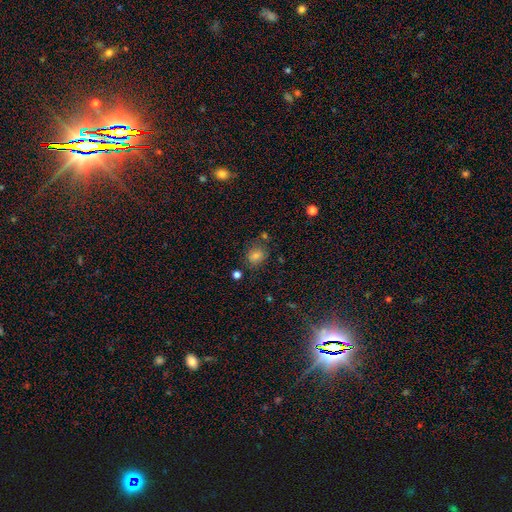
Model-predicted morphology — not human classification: Smooth or featured? Predicted: smooth (p=0.65). How rounded? Predicted: round (p=0.63). Merging? Predicted: none (p=0.77).